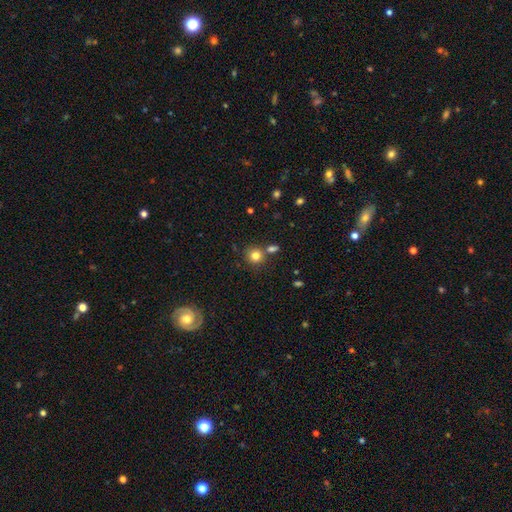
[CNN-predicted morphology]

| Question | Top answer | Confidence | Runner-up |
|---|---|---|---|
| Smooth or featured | smooth | 80% | star or artifact (12%) |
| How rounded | round | 88% | in between (11%) |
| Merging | none | 71% | merger (16%) |